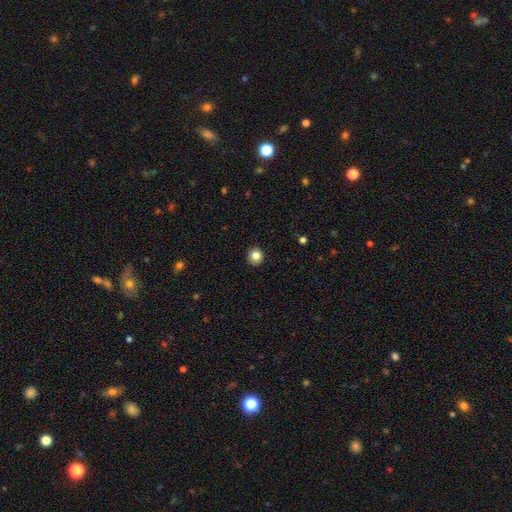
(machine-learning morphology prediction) Smooth or featured: smooth — 84% (star or artifact — 10%)
How rounded: round — 93% (in between — 6%)
Merging: none — 93% (minor disturbance — 5%)